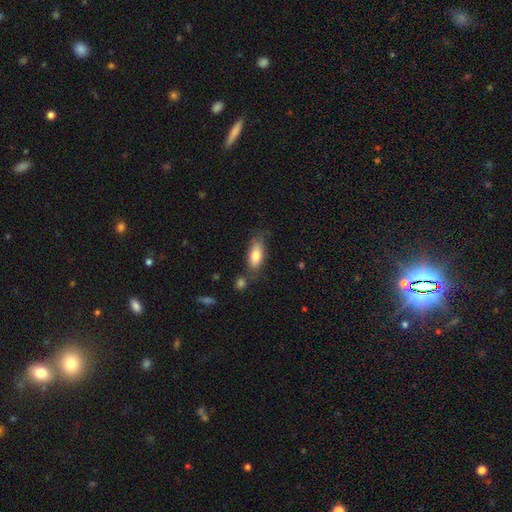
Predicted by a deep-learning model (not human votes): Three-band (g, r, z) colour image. It shows a smooth galaxy with no disk features (77%) that is in between round and cigar-shaped (79%). Merging: none (64%).